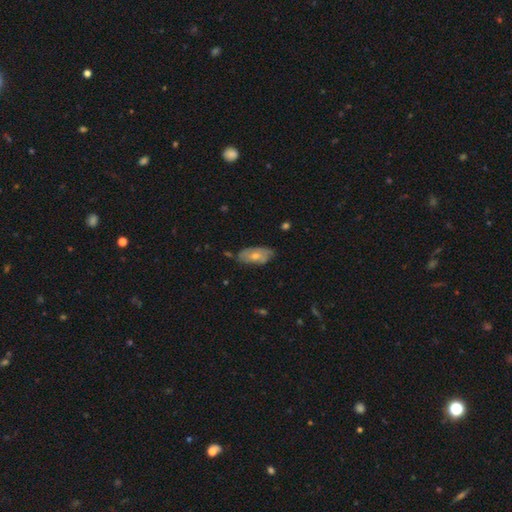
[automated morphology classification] Smooth or featured?
  - smooth: 51% *
  - featured or disk: 43%
  - star or artifact: 6%
How rounded?
  - in between: 89% *
  - cigar-shaped: 7%
  - round: 4%
Merging?
  - none: 68% *
  - minor disturbance: 25%
  - major disturbance: 5%
  - merger: 3%